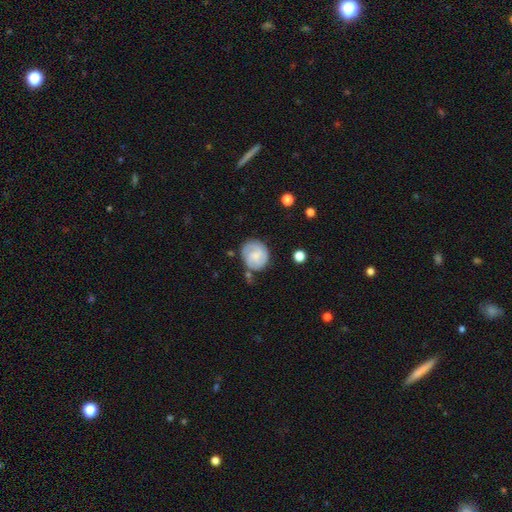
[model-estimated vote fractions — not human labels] This is likely a featured or disk galaxy (68%). It is clearly not viewed edge-on (98%). Bar: possibly no (53%). Spiral arm pattern: clearly yes (94%). Spiral arm count: marginally 2 (43%). Spiral winding: possibly tight (59%). Central bulge: marginally none (37%). Merging: likely none (69%).